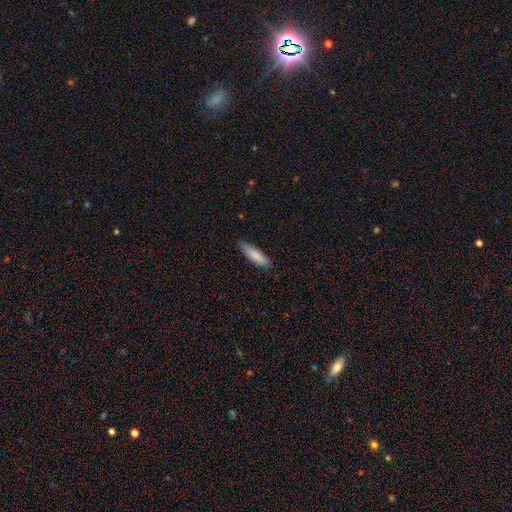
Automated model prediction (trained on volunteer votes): smooth 82%, featured or disk 12%, star or artifact 6%. Down the decision tree: how rounded — cigar-shaped (71%); merging — none (80%).